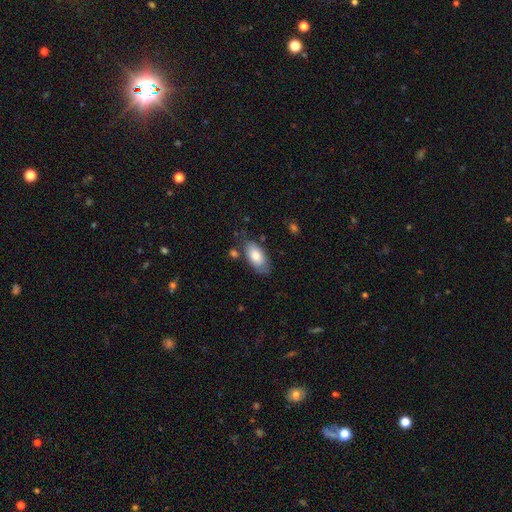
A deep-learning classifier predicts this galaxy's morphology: This appears to be a smooth galaxy with no disk features (79%) that is in between round and cigar-shaped (93%). Merging: none (69%).